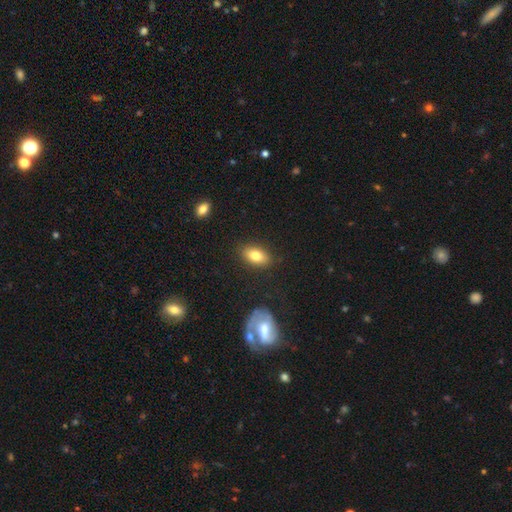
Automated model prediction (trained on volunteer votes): Smooth or featured? Predicted: smooth (p=0.79). How rounded? Predicted: in between (p=0.89). Merging? Predicted: none (p=0.87).